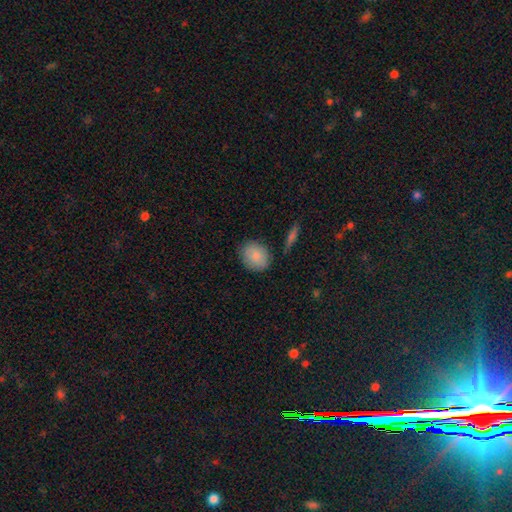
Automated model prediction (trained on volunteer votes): Smooth or featured? smooth (86%)
How rounded? round (54%)
Merging? none (81%)